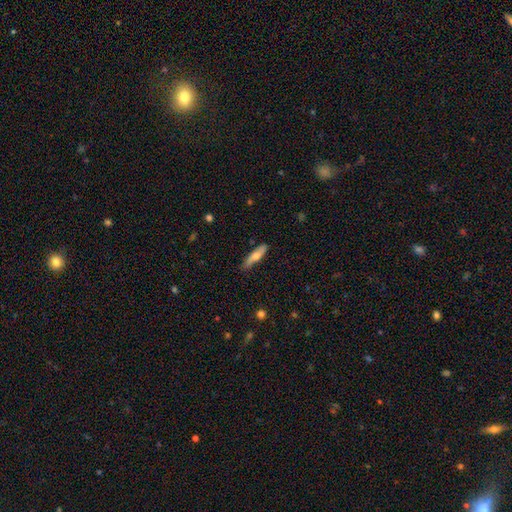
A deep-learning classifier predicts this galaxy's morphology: Q: Smooth or featured?
A: smooth (60%); runner-up: featured or disk (35%)
Q: How rounded?
A: cigar-shaped (79%); runner-up: in between (19%)
Q: Merging?
A: none (82%); runner-up: minor disturbance (14%)